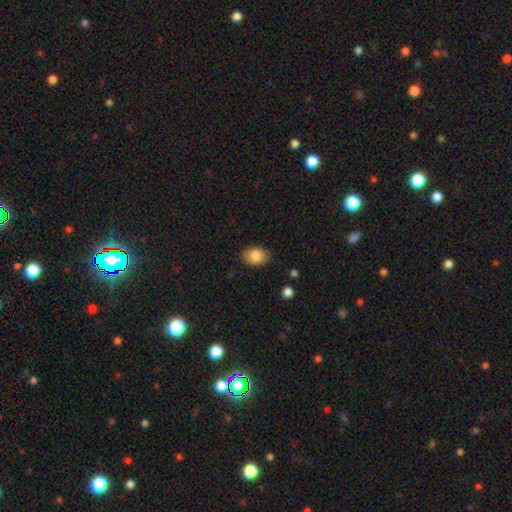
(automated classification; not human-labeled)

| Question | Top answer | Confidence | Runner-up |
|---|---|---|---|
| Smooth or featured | smooth | 84% | star or artifact (8%) |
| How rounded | in between | 79% | round (20%) |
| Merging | none | 81% | minor disturbance (15%) |